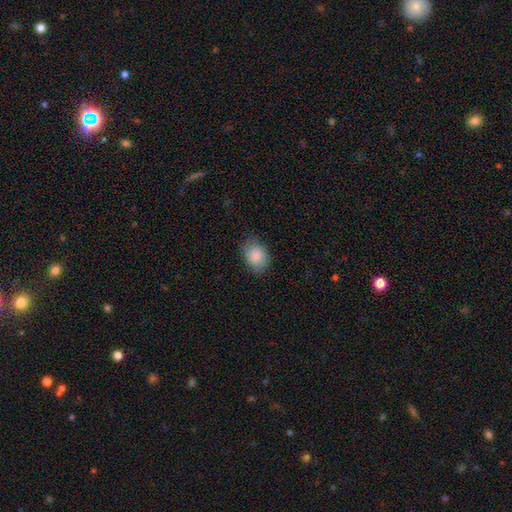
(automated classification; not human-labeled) This appears to be a smooth galaxy with no disk features (84%) that is in between round and cigar-shaped (67%). Merging: none (75%).